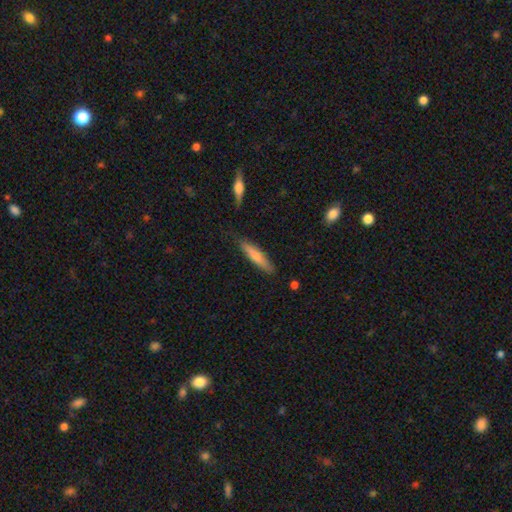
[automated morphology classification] smooth_or_featured: smooth (p=0.73) [alt: featured or disk p=0.21]
how_rounded: cigar-shaped (p=0.83) [alt: in between p=0.16]
merging: none (p=0.80) [alt: minor disturbance p=0.15]